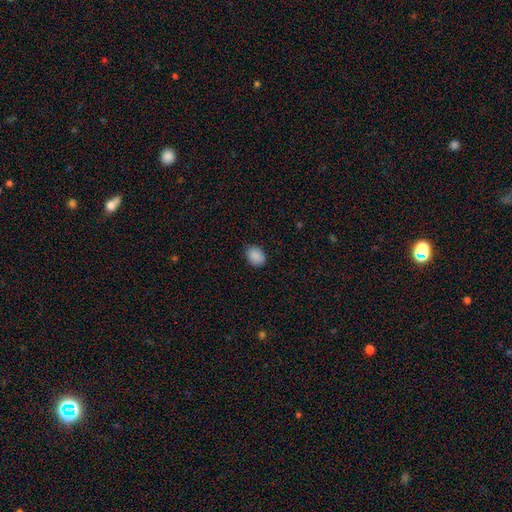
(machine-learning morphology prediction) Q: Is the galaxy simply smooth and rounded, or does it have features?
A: smooth — 89%.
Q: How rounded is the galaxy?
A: in between — 66%.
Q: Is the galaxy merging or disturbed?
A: none — 82%.